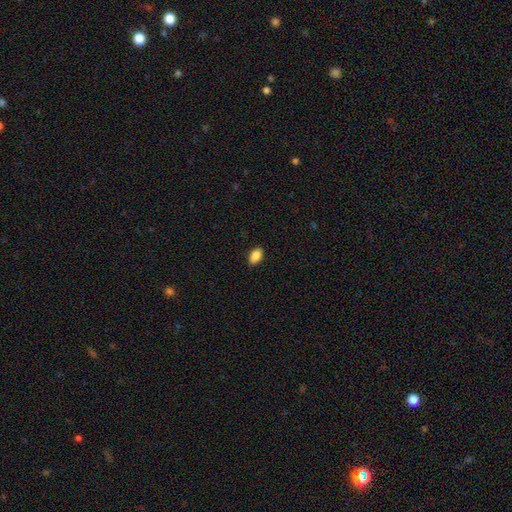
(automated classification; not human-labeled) A smooth galaxy with no disk features (88%) that is in between round and cigar-shaped (91%). Merging: none (88%).